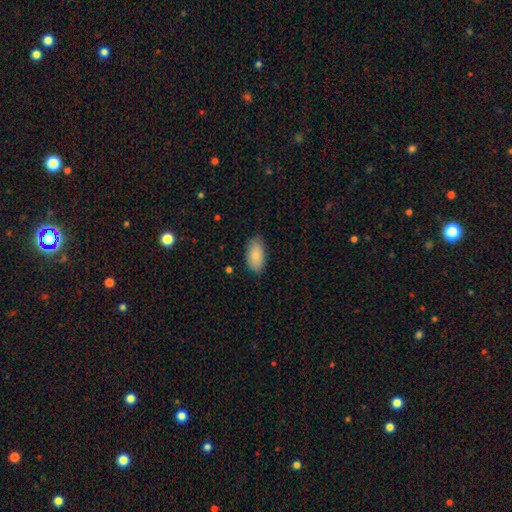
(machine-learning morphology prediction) Smooth or featured? Predicted: smooth (p=0.83). How rounded? Predicted: in between (p=0.94). Merging? Predicted: none (p=0.78).